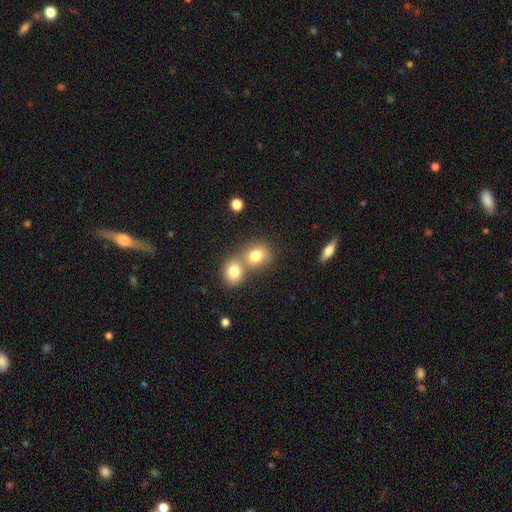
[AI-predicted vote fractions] This appears to be a smooth galaxy with no disk features (79%) that is round (67%). Merging: merger (54%).